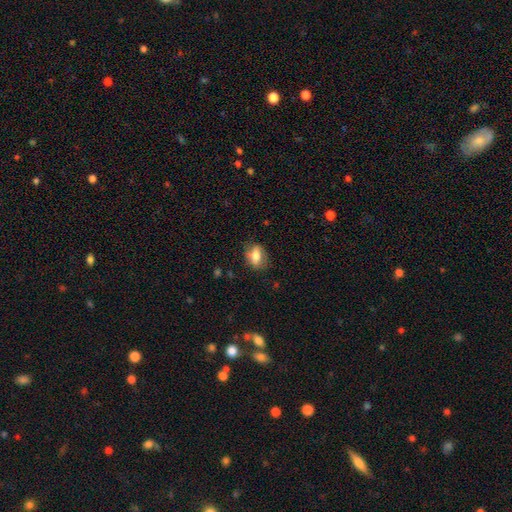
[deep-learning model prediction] This is likely a smooth galaxy (69%). How rounded: likely in between (76%). Merging: likely none (73%).